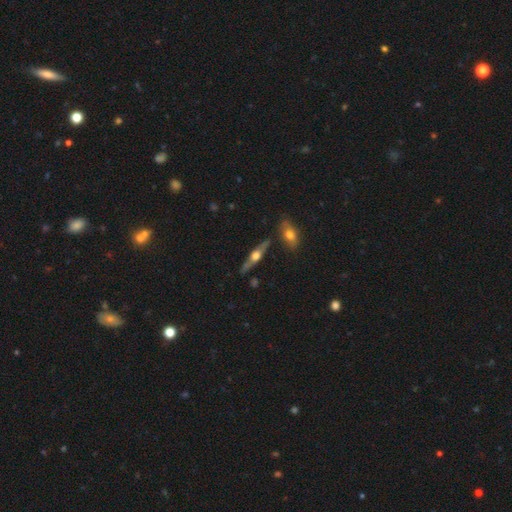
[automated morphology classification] Overall: featured or disk (69%). Edge-on disk: yes (94%). Edge-on bulge: rounded (94%). Merging: none (82%).